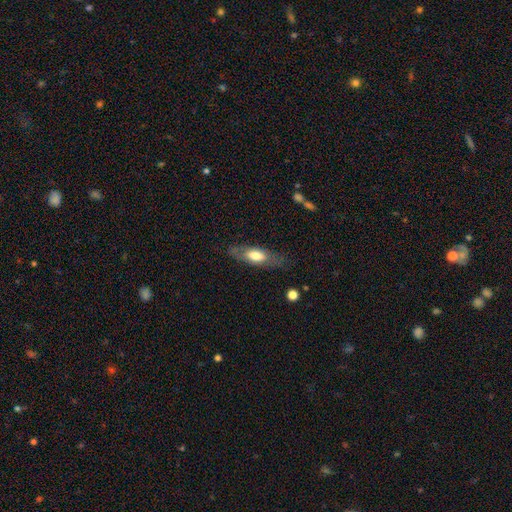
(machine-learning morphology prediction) smooth_or_featured: smooth (p=0.57) [alt: featured or disk p=0.36]
how_rounded: in between (p=0.64) [alt: cigar-shaped p=0.33]
merging: none (p=0.77) [alt: minor disturbance p=0.16]